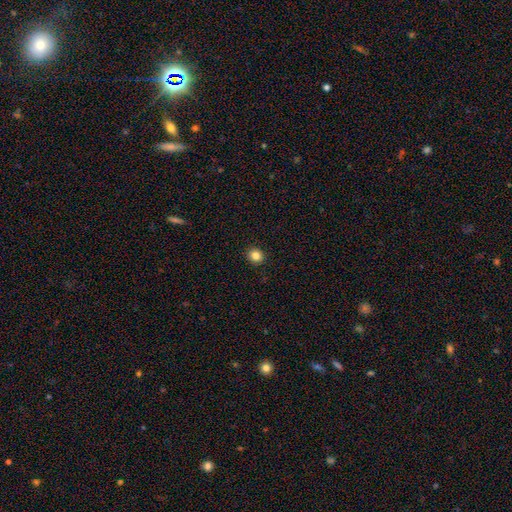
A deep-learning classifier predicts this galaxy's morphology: smooth-or-featured: smooth: 84% | star or artifact: 11% | featured or disk: 5%
  how-rounded: round: 82% | in between: 17% | cigar-shaped: 1%
  merging: none: 93% | minor disturbance: 5% | major disturbance: 2% | merger: 1%